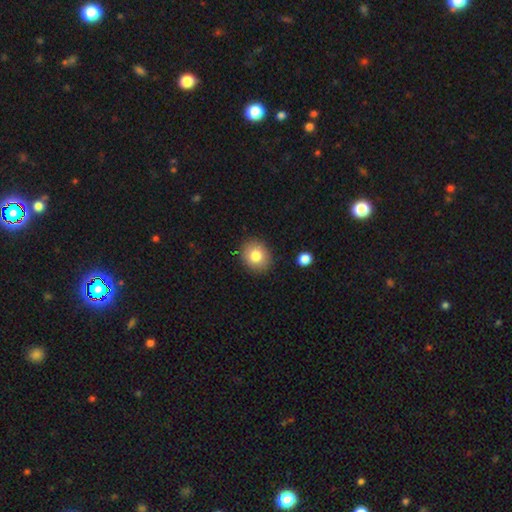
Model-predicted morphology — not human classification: Smooth or featured: smooth — 81% (featured or disk — 9%)
How rounded: round — 72% (in between — 27%)
Merging: none — 88% (minor disturbance — 8%)